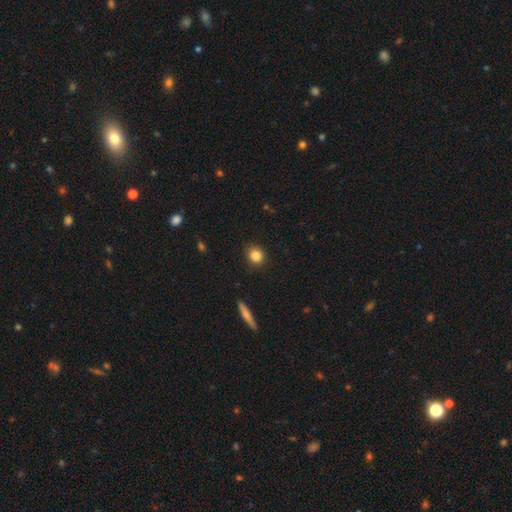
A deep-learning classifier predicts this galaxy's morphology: Smooth or featured?
  - smooth: 86% *
  - star or artifact: 9%
  - featured or disk: 5%
How rounded?
  - round: 80% *
  - in between: 18%
  - cigar-shaped: 2%
Merging?
  - none: 86% *
  - minor disturbance: 11%
  - major disturbance: 2%
  - merger: 1%